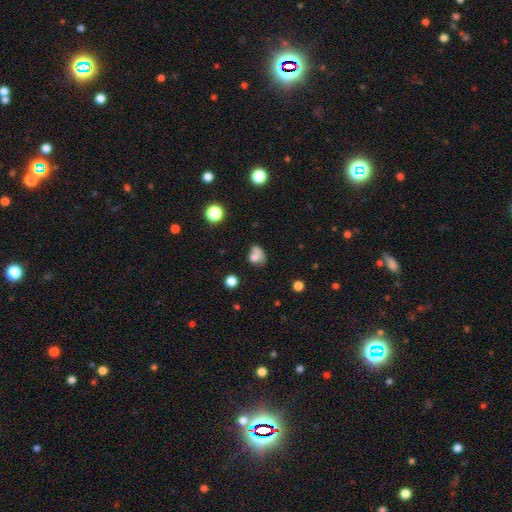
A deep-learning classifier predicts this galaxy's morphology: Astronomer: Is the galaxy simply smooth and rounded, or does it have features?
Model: smooth — 70%.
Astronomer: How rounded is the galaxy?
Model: in between — 55% (runner-up: round, 43%).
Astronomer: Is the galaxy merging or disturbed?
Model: none — 33% (runner-up: merger, 27%).